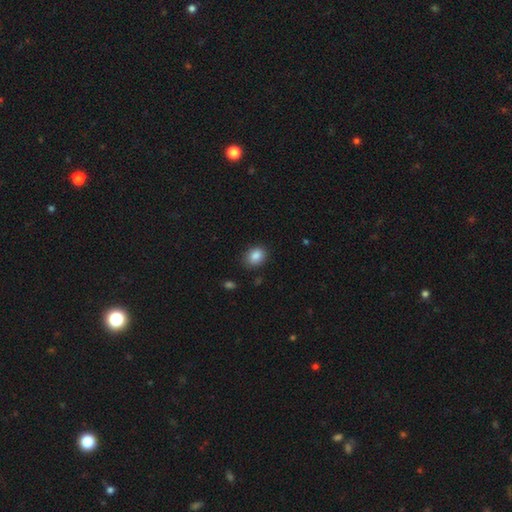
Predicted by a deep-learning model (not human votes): Smooth or featured: smooth — 87% (star or artifact — 9%)
How rounded: in between — 61% (round — 38%)
Merging: none — 84% (minor disturbance — 12%)